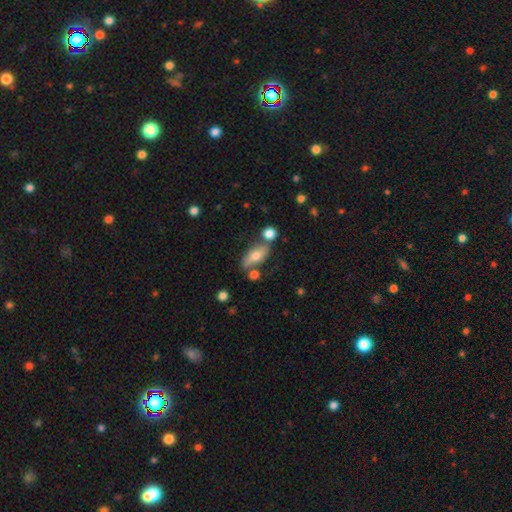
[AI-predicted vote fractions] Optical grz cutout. It shows a smooth galaxy with no disk features (55%) that is in between round and cigar-shaped (73%). Merging: none (63%).